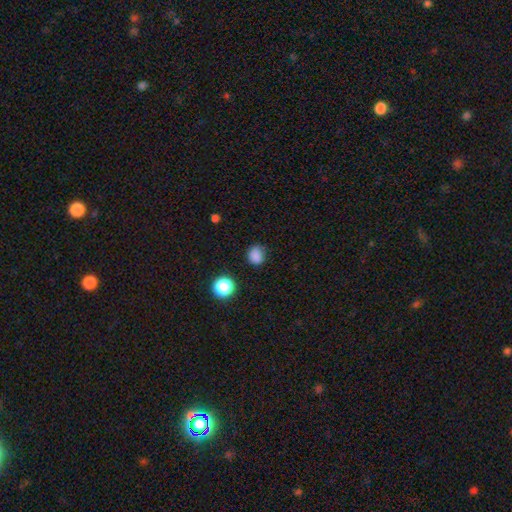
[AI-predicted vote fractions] smooth-or-featured: smooth: 83% | star or artifact: 13% | featured or disk: 4%
  how-rounded: round: 70% | in between: 29% | cigar-shaped: 1%
  merging: none: 74% | minor disturbance: 19% | major disturbance: 5% | merger: 2%